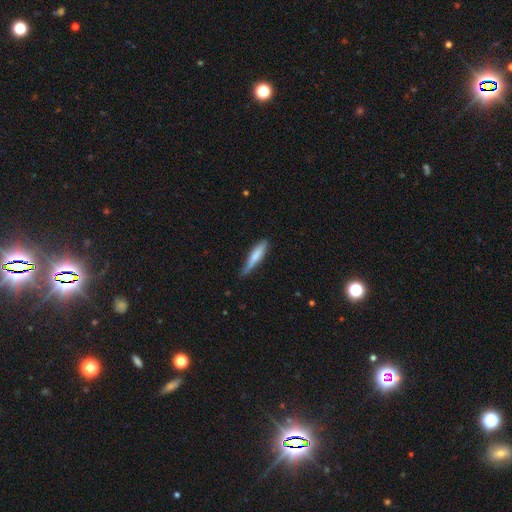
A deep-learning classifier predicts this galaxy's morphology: A smooth galaxy with no disk features (69%) that is cigar-shaped (83%). Merging: none (65%).